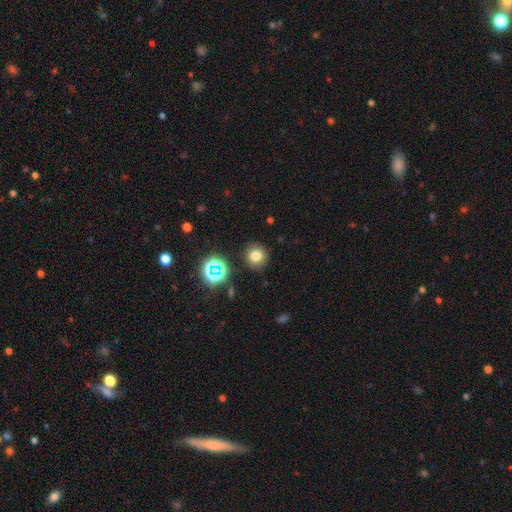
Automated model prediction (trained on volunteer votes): Smooth or featured? smooth (74%)
How rounded? round (91%)
Merging? none (87%)